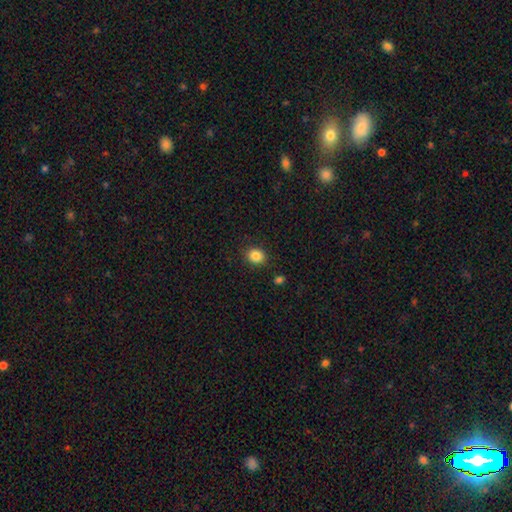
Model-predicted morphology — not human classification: Smooth or featured?
  - smooth: 85% *
  - star or artifact: 10%
  - featured or disk: 5%
How rounded?
  - round: 68% *
  - in between: 32%
  - cigar-shaped: 1%
Merging?
  - none: 87% *
  - minor disturbance: 8%
  - major disturbance: 3%
  - merger: 2%